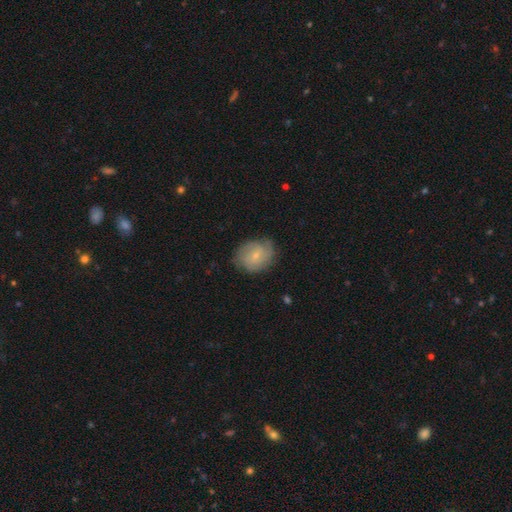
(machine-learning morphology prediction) A featured or disk galaxy (56%) with no bar (64%), spiral arms (85%) and a small central bulge (74%). Merging: none (71%).